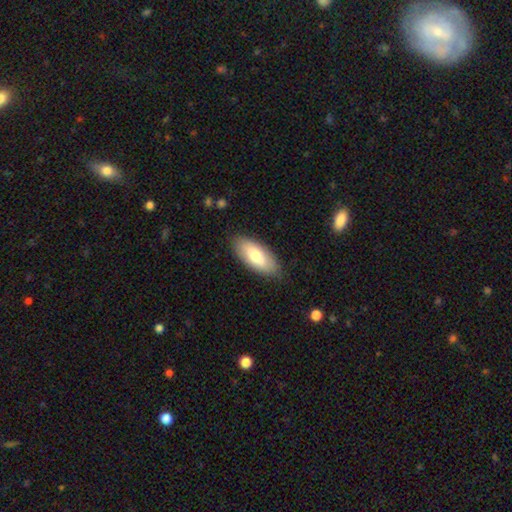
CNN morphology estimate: Smooth or featured: smooth — 74% (featured or disk — 21%)
How rounded: in between — 85% (cigar-shaped — 13%)
Merging: none — 84% (minor disturbance — 12%)